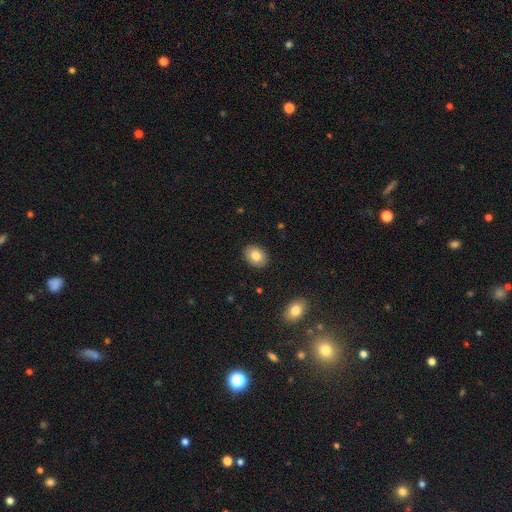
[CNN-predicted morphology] Smooth or featured: smooth — 82% (featured or disk — 10%)
How rounded: in between — 67% (round — 33%)
Merging: none — 90% (minor disturbance — 8%)